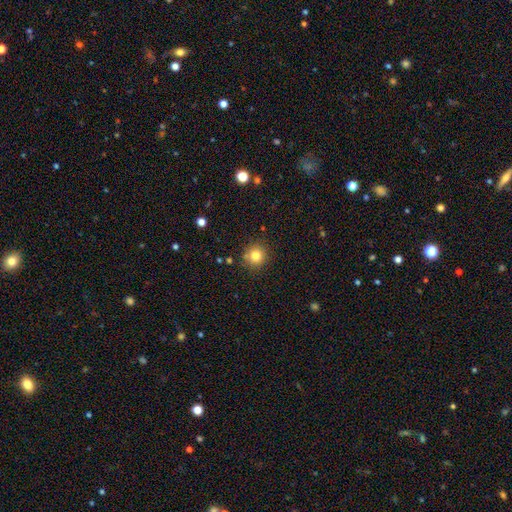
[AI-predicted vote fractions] Q: Smooth or featured?
A: smooth (80%); runner-up: star or artifact (13%)
Q: How rounded?
A: round (92%); runner-up: in between (7%)
Q: Merging?
A: none (86%); runner-up: minor disturbance (9%)